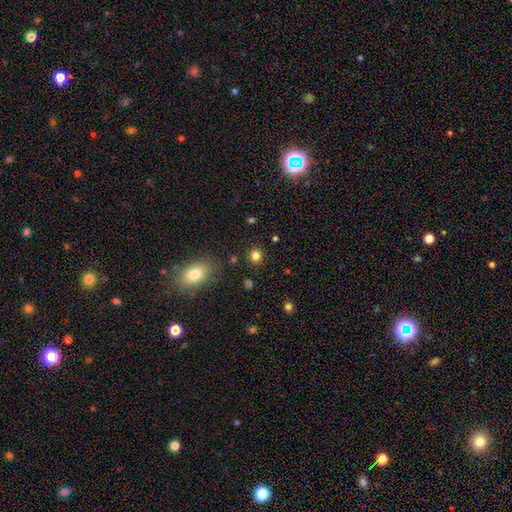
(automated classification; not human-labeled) A smooth galaxy with no disk features (82%) that is round (87%). Merging: none (88%).